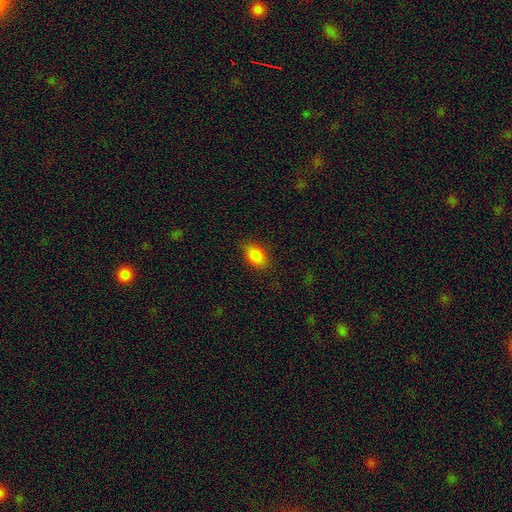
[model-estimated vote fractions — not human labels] Smooth or featured? Predicted: smooth (p=0.86). How rounded? Predicted: in between (p=0.89). Merging? Predicted: none (p=0.84).